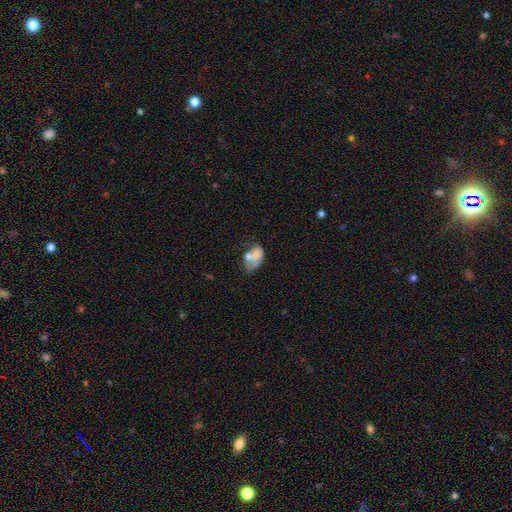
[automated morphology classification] Overall: smooth (57%; featured or disk 33%). How rounded: in between (86%). Merging: merger (31%; none 25%).